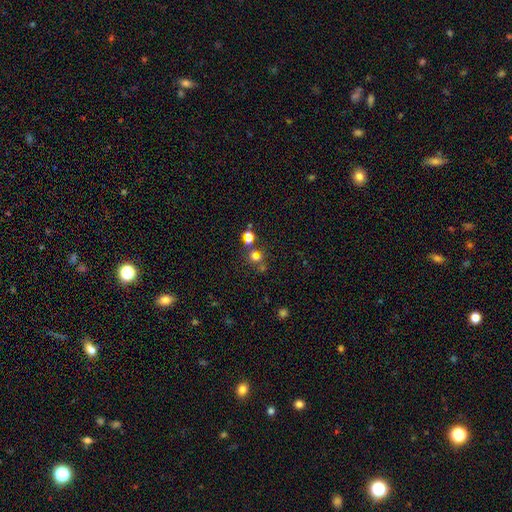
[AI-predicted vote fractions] Smooth or featured? Predicted: smooth (p=0.58). How rounded? Predicted: round (p=0.73). Merging? Predicted: none (p=0.48).